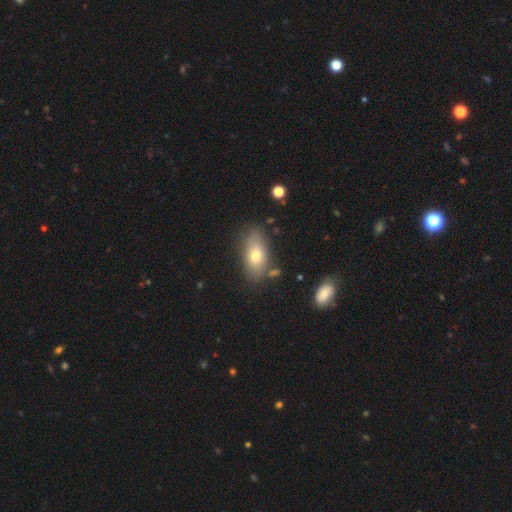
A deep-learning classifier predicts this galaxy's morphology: A smooth galaxy with no disk features (71%) that is in between round and cigar-shaped (86%). Merging: none (74%).